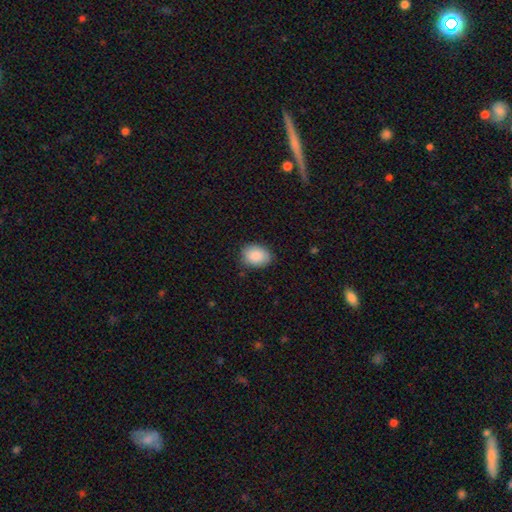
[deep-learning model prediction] Smooth or featured? smooth (88%)
How rounded? in between (67%)
Merging? none (82%)